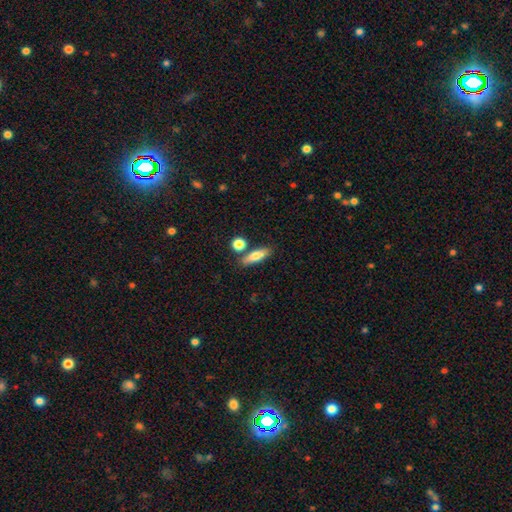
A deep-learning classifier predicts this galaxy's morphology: This is likely a smooth galaxy (73%). How rounded: possibly cigar-shaped (48%). Merging: likely none (75%).